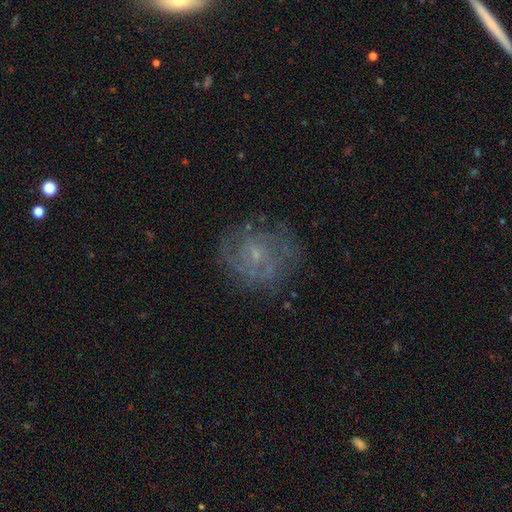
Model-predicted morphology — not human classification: This appears to be a featured or disk galaxy (68%) with no bar (59%), tight (47%) spiral arms (77%) and a small central bulge (70%). Merging: none (69%).